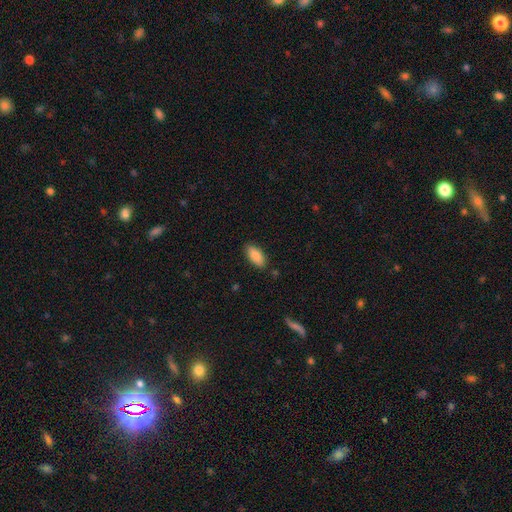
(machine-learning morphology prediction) The model was most divided on "merging": none: 87%, minor disturbance: 9%, major disturbance: 2%, merger: 1%. More confident: how rounded — in between (89%); smooth or featured — smooth (88%).